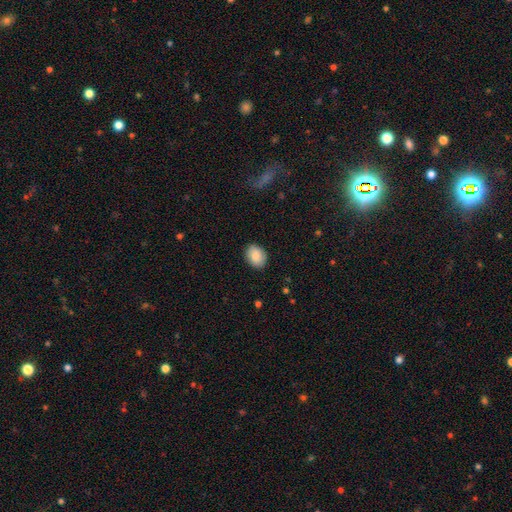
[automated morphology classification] Smooth or featured? smooth (88%)
How rounded? in between (71%)
Merging? none (88%)